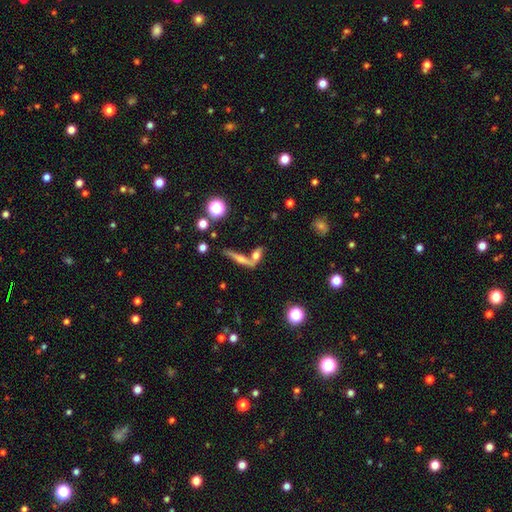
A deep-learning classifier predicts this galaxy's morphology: type=featured or disk (42%); merging=none (48%).